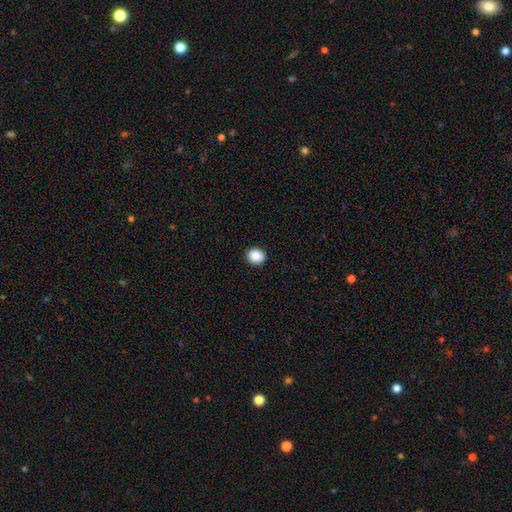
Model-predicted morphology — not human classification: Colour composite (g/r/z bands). It shows a smooth galaxy with no disk features (89%) that is round (76%). Merging: none (91%).